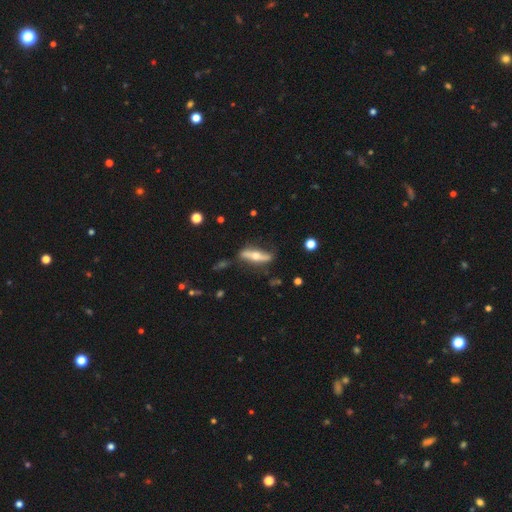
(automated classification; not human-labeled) featured or disk 67%, smooth 27%, star or artifact 6%. Down the decision tree: edge-on disk — yes (72%); merging — none (73%).